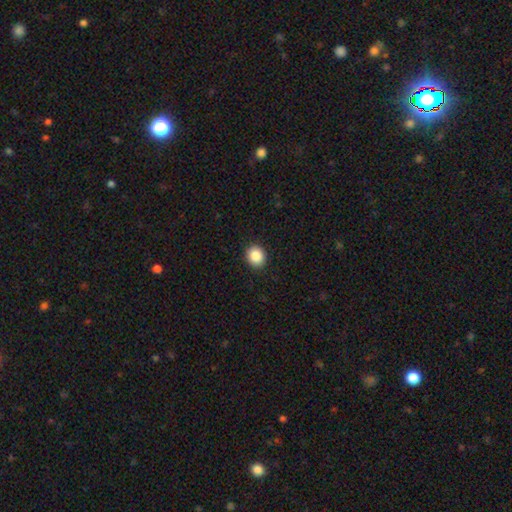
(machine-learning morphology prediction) Q: Smooth or featured?
A: smooth (87%); runner-up: star or artifact (9%)
Q: How rounded?
A: round (74%); runner-up: in between (26%)
Q: Merging?
A: none (92%); runner-up: minor disturbance (6%)